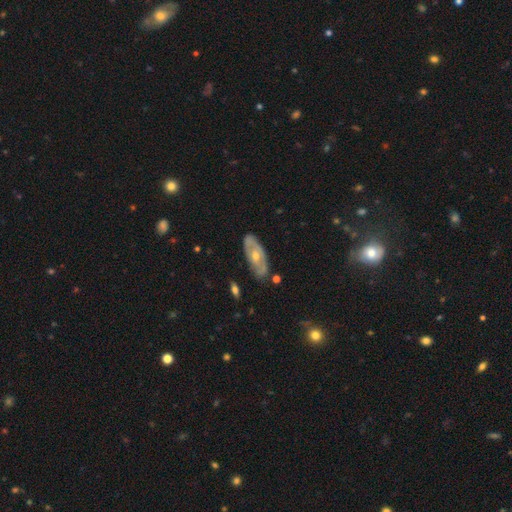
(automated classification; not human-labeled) Smooth or featured: featured or disk — 69% (smooth — 25%)
Edge-on disk: no — 83% (yes — 17%)
Bar: no — 80% (weak — 15%)
Spiral arms: no — 53% (yes — 47%)
Bulge size: moderate — 60% (small — 37%)
Merging: none — 80% (minor disturbance — 15%)